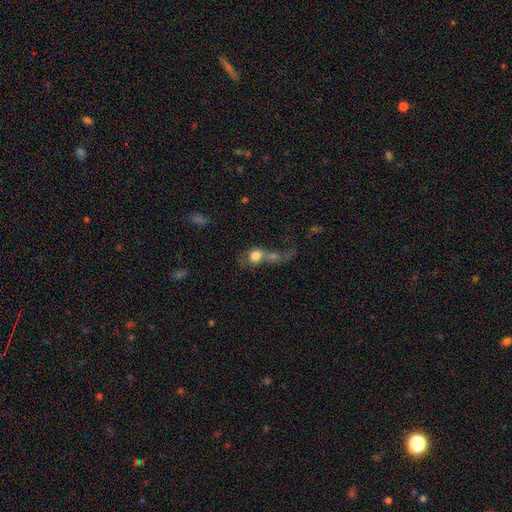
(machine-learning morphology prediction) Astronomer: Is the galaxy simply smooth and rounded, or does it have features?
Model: smooth — 68%.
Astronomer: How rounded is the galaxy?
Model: round — 61%.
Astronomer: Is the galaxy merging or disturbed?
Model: merger — 67%.